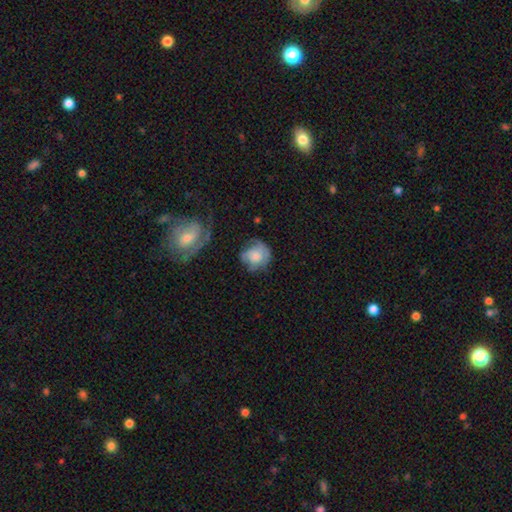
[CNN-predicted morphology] type=smooth (55%); roundness=round (78%); merging=none (50%).